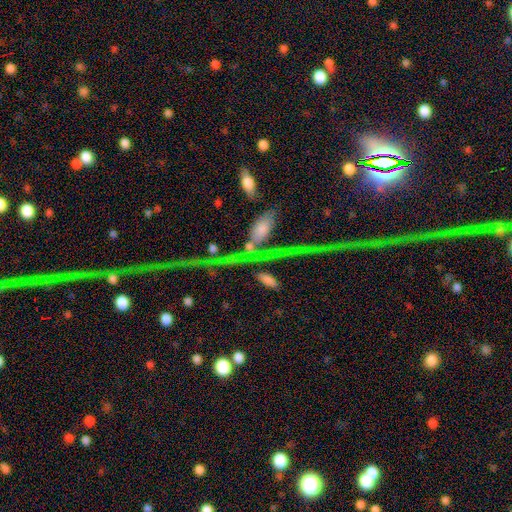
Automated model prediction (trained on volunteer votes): A star or artifact, not a galaxy (55%).